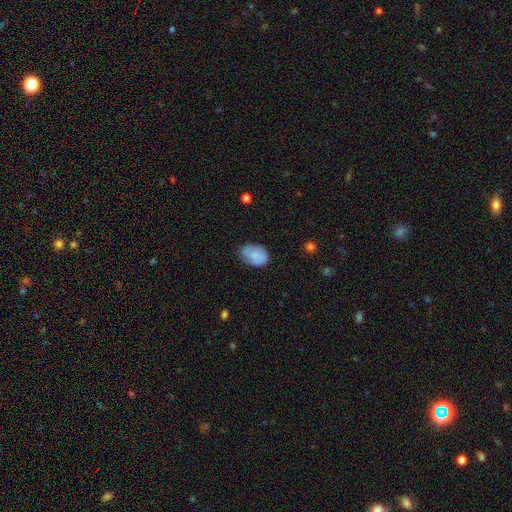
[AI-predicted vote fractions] This is likely a smooth galaxy (73%). How rounded: likely in between (80%). Merging: likely none (66%).